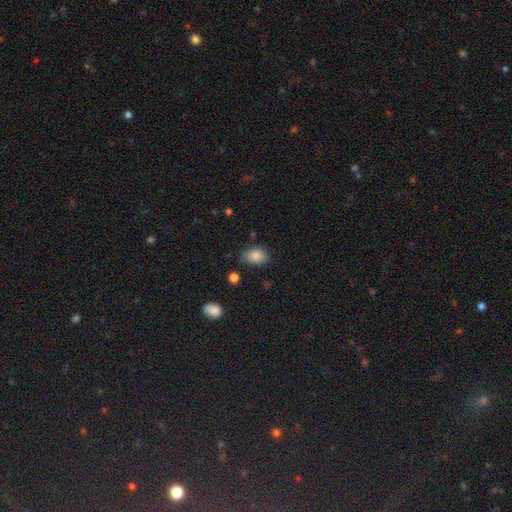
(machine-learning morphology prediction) Overall: smooth (86%). How rounded: in between (81%). Merging: none (73%).